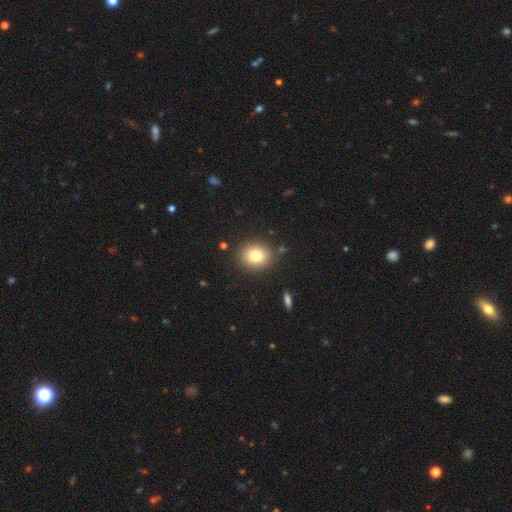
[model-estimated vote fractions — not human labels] The model was most divided on "how rounded": round: 67%, in between: 32%, cigar-shaped: 1%. More confident: merging — none (87%); smooth or featured — smooth (80%).